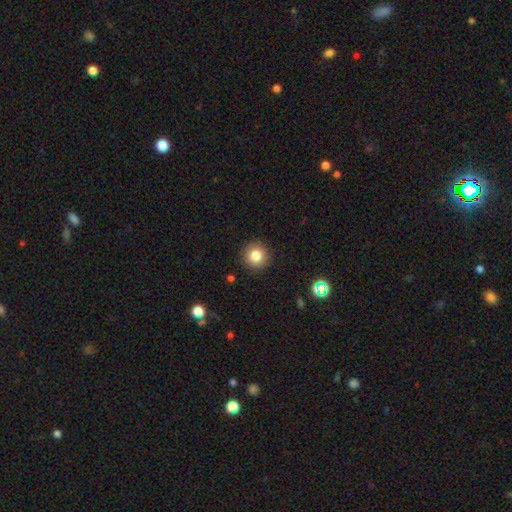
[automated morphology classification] smooth 82%, star or artifact 12%, featured or disk 7%. Down the decision tree: how rounded — round (95%); merging — none (91%).